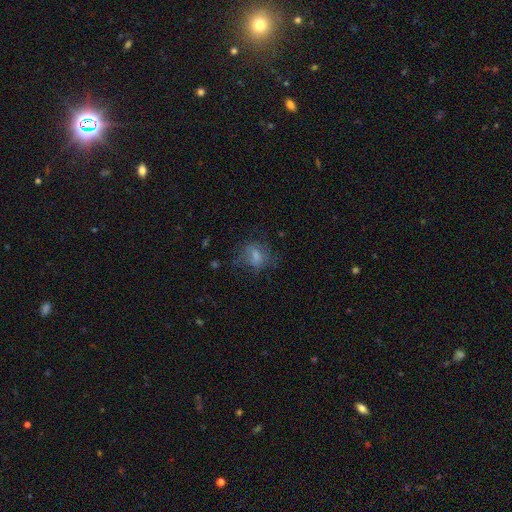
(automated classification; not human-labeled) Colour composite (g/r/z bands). It shows a smooth galaxy with no disk features (52%) that is round (54%). Merging: none (60%).